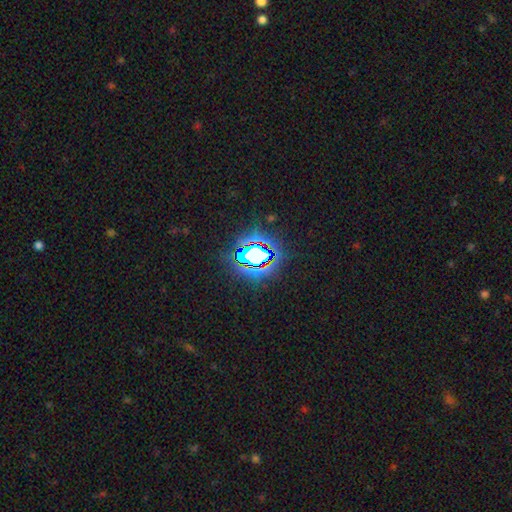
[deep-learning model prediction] Q: Smooth or featured?
A: star or artifact (72%); runner-up: smooth (16%)